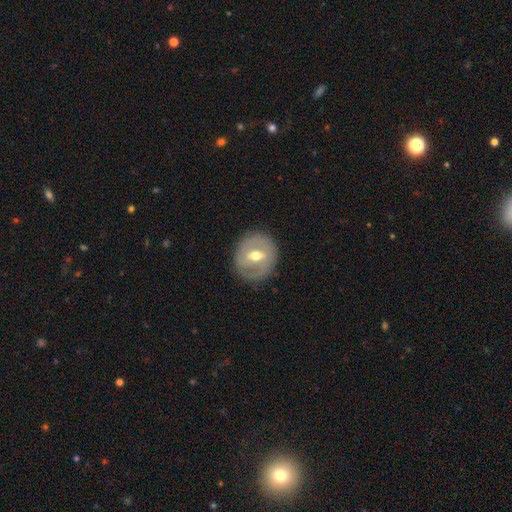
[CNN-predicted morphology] featured or disk 65%, smooth 29%, star or artifact 6%. Down the decision tree: edge-on disk — no (95%); bar — weak (47%); spiral arms — yes (50%, tied with no); bulge size — moderate (77%); merging — none (83%).